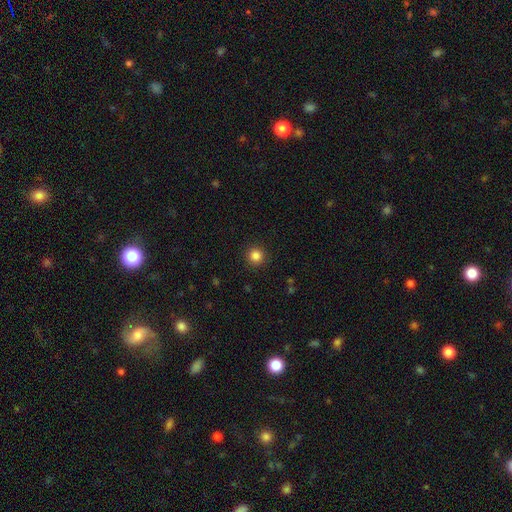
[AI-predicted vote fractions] smooth 84%, star or artifact 12%, featured or disk 4%. Down the decision tree: how rounded — round (95%); merging — none (92%).